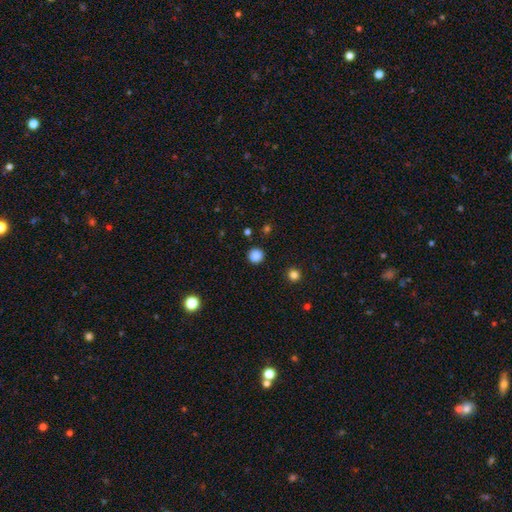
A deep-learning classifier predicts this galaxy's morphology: Smooth or featured? Predicted: smooth (p=0.86). How rounded? Predicted: round (p=0.95). Merging? Predicted: none (p=0.92).